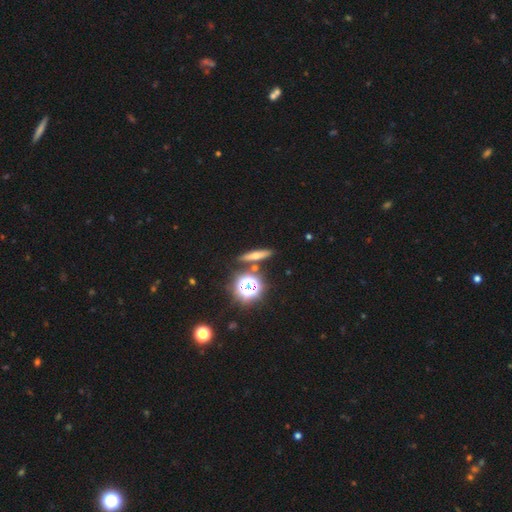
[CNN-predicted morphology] Overall: smooth (46%; featured or disk 28%). Merging: none (84%).